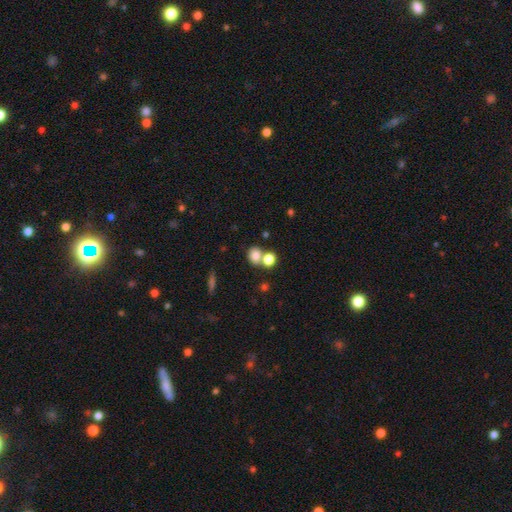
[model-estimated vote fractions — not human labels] Q: Smooth or featured?
A: smooth (78%); runner-up: star or artifact (12%)
Q: How rounded?
A: round (63%); runner-up: in between (36%)
Q: Merging?
A: merger (44%); tied with: none (44%)